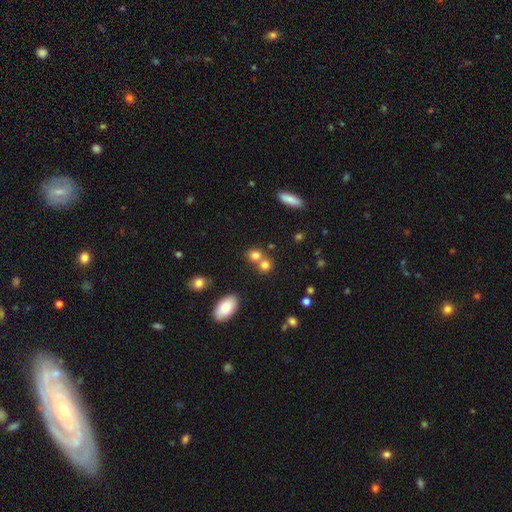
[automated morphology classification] This appears to be a smooth galaxy with no disk features (78%) that is round (75%). Merging: none (48%).